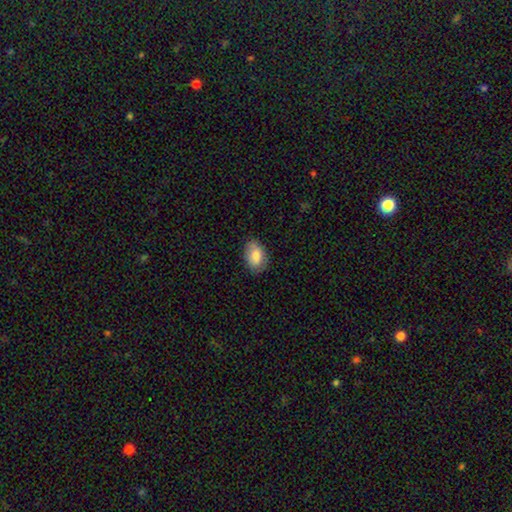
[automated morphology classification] smooth 83%, featured or disk 10%, star or artifact 7%. Down the decision tree: how rounded — in between (89%); merging — none (79%).